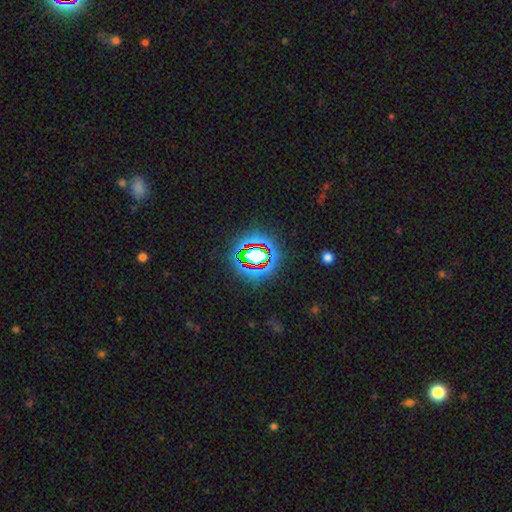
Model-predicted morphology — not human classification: star or artifact 68%, smooth 20%, featured or disk 11%.